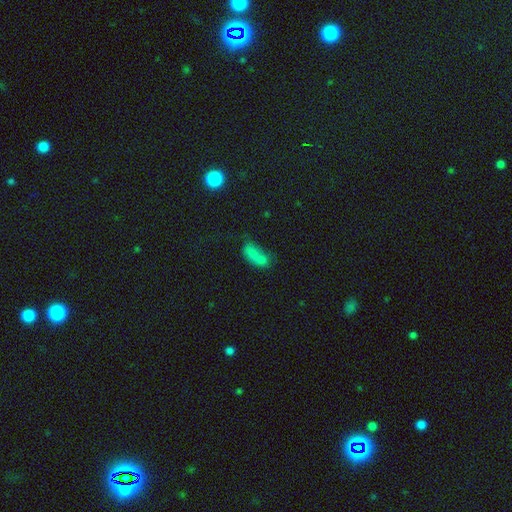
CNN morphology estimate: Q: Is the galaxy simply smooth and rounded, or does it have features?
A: smooth — 68%.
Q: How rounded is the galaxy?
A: in between — 81%.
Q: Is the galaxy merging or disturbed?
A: merger — 37%.